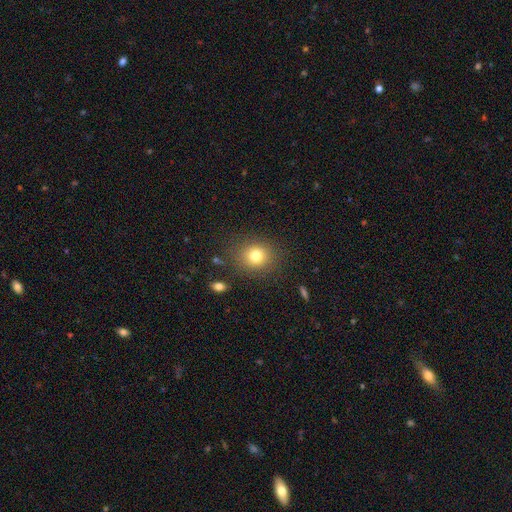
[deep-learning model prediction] Smooth or featured: smooth — 79% (star or artifact — 13%)
How rounded: round — 78% (in between — 21%)
Merging: none — 85% (minor disturbance — 9%)